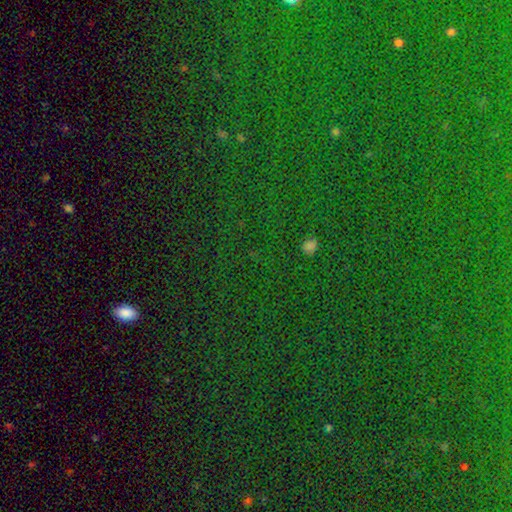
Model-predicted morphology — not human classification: Smooth or featured?
  - star or artifact: 81% *
  - smooth: 11%
  - featured or disk: 9%